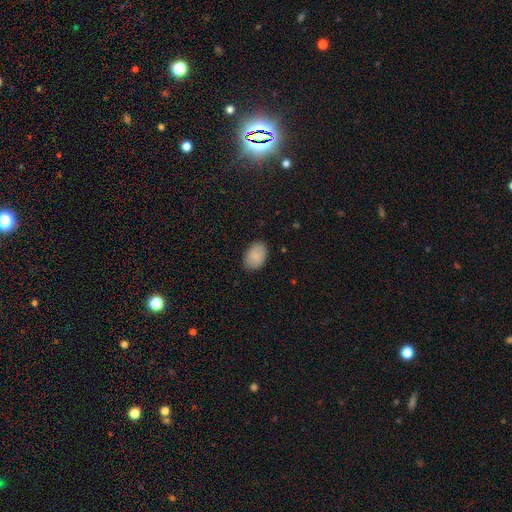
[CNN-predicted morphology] This appears to be a smooth galaxy with no disk features (89%) that is in between round and cigar-shaped (85%). Merging: none (85%).